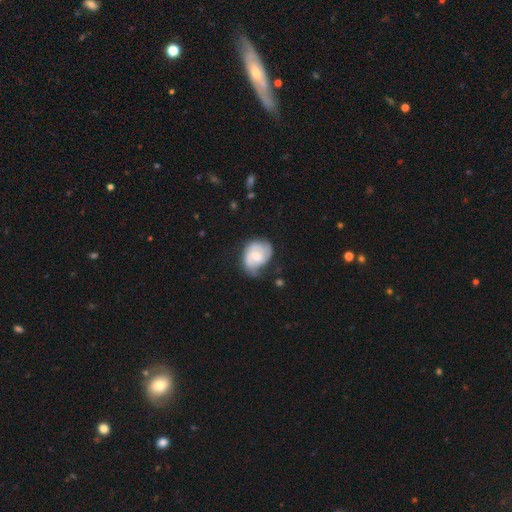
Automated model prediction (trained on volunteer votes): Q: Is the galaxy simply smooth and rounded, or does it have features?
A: featured or disk — 54%.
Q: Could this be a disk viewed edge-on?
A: no — 97%.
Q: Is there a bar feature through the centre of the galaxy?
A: no — 55%.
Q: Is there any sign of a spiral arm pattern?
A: yes — 80%.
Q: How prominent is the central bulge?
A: moderate — 48%.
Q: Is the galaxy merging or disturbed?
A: none — 49%.